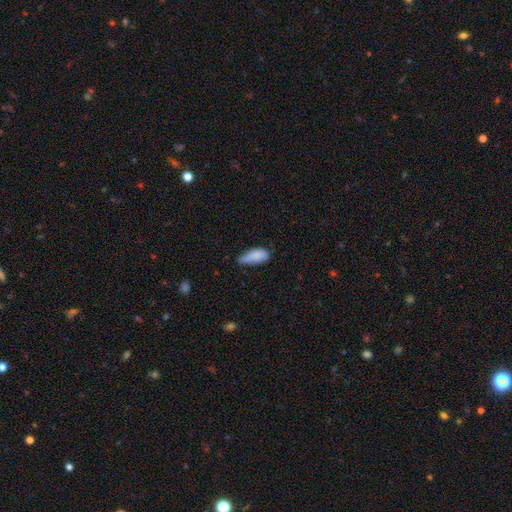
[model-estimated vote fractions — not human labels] A smooth galaxy with no disk features (83%) that is in between round and cigar-shaped (85%). Merging: minor disturbance (48%).